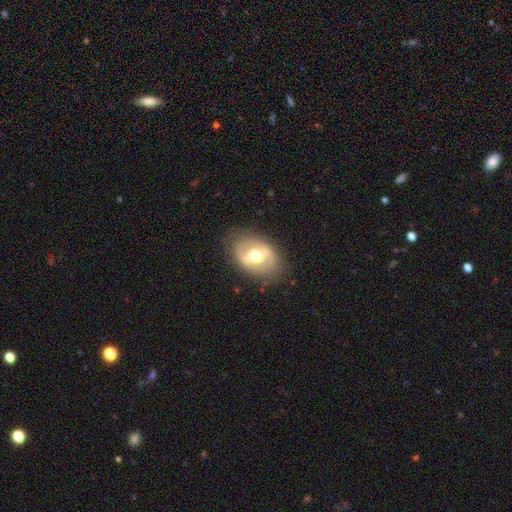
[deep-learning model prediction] Smooth or featured?
  - featured or disk: 58% *
  - smooth: 35%
  - star or artifact: 7%
Edge-on disk?
  - no: 91% *
  - yes: 9%
Bar?
  - strong: 41% *
  - weak: 34%
  - no: 25%
Spiral arms?
  - no: 73% *
  - yes: 27%
Bulge size?
  - moderate: 66% *
  - large: 26%
  - small: 6%
  - dominant: 2%
  - none: 1%
Merging?
  - none: 78% *
  - minor disturbance: 14%
  - major disturbance: 6%
  - merger: 1%